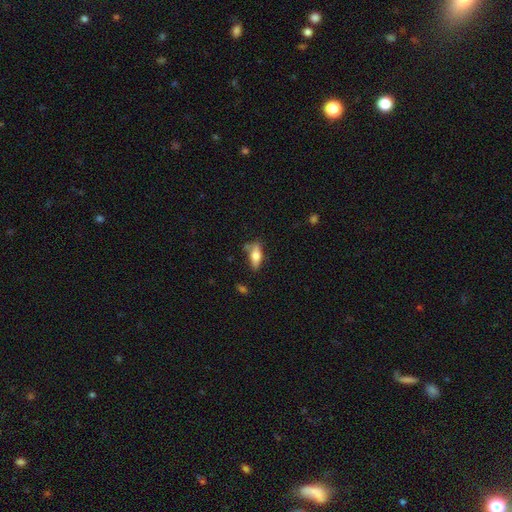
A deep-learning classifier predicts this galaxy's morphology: Smooth or featured: smooth — 61% (featured or disk — 31%)
How rounded: in between — 66% (cigar-shaped — 30%)
Merging: none — 56% (minor disturbance — 26%)